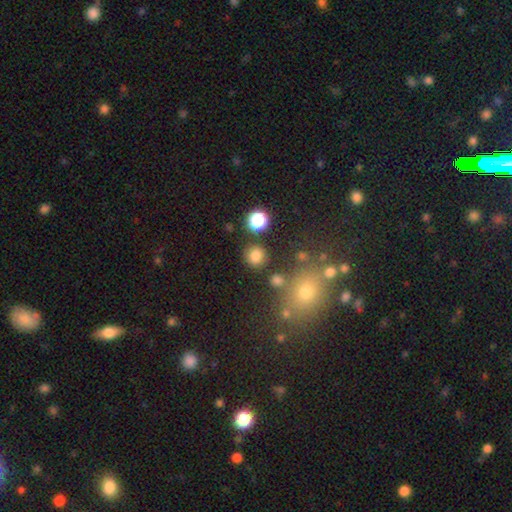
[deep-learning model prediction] A smooth galaxy with no disk features (80%) that is round (88%).

Vote fractions:
- Smooth or featured? smooth: 80% / star or artifact: 14% / featured or disk: 6%
- How rounded? round: 88% / in between: 11% / cigar-shaped: 1%
- Merging? none: 83% / minor disturbance: 9% / merger: 5% / major disturbance: 3%